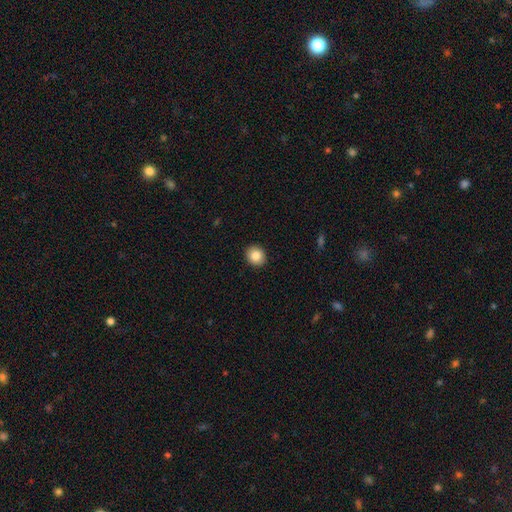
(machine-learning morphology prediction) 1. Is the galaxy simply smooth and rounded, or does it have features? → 85% smooth, 9% star or artifact, 7% featured or disk.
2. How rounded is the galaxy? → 78% round, 21% in between, 1% cigar-shaped.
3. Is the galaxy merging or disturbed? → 92% none, 6% minor disturbance, 2% major disturbance, 1% merger.